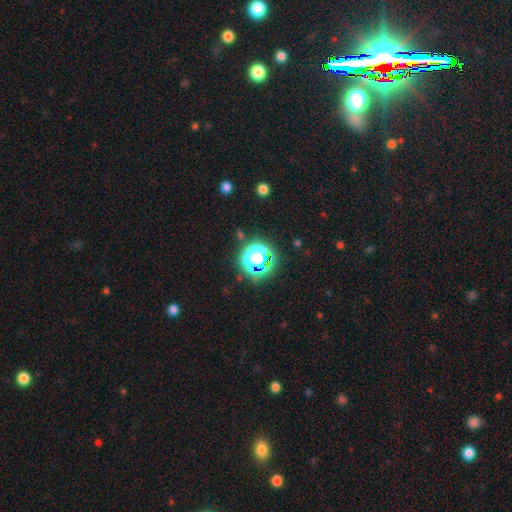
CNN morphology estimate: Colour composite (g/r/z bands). It shows a smooth galaxy with no disk features (46%). Merging: none (62%).